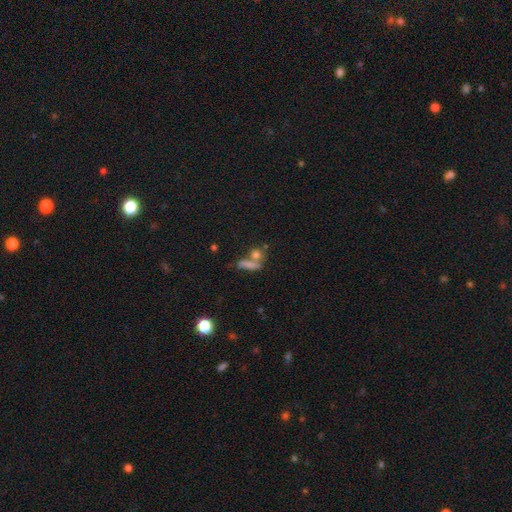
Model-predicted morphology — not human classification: type=smooth (41%); merging=none (42%).